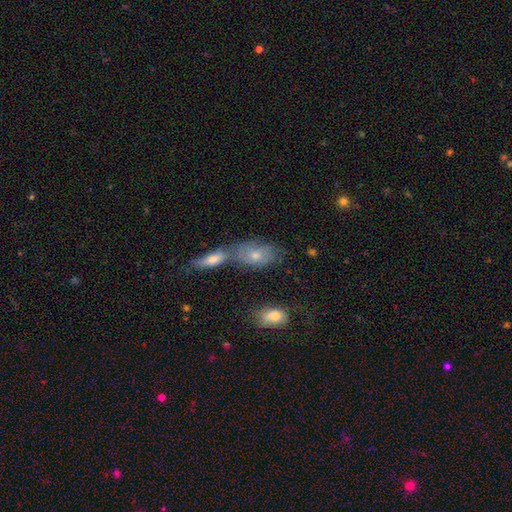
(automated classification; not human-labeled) The model was most divided on "merging": merger: 41%, none: 37%, minor disturbance: 15%, major disturbance: 7%. More confident: how rounded — in between (87%); smooth or featured — smooth (58%).